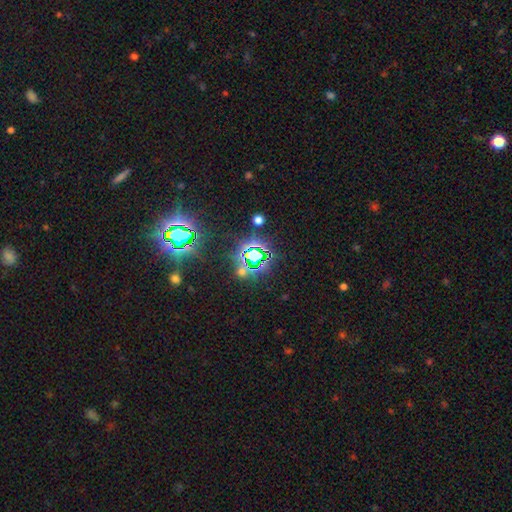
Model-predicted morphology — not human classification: type=star or artifact (79%).